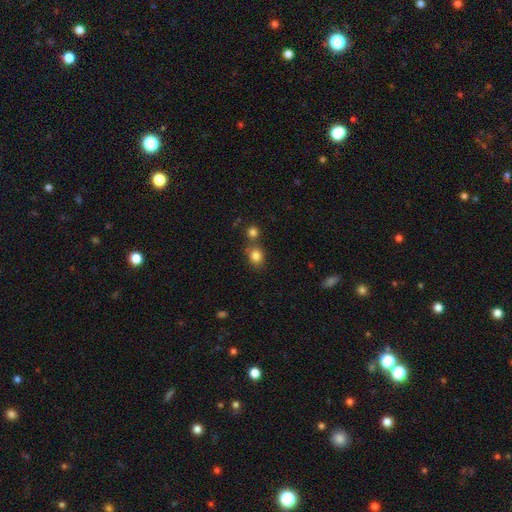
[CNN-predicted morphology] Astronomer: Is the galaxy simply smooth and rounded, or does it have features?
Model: smooth — 82%.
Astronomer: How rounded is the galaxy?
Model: round — 67%.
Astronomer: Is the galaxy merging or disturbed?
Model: none — 65%.